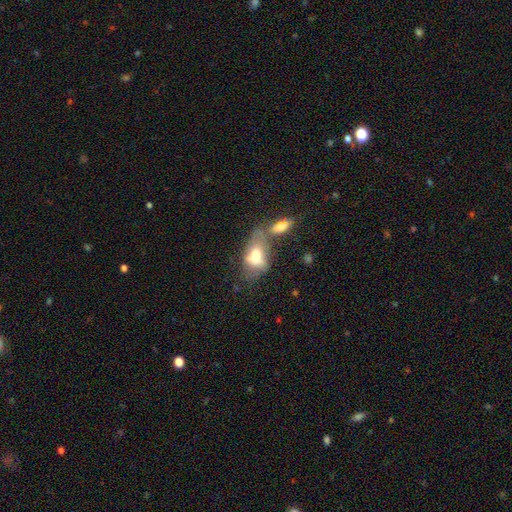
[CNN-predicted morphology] Smooth or featured: smooth — 59% (featured or disk — 32%)
How rounded: in between — 87% (round — 8%)
Merging: merger — 49% (none — 19%)